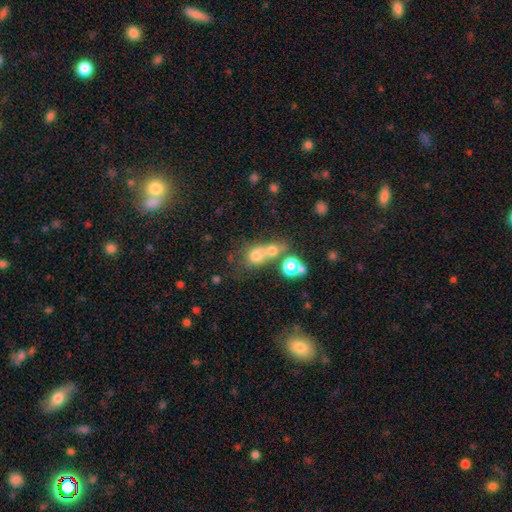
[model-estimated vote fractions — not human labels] Smooth or featured?
  - smooth: 62% *
  - featured or disk: 20%
  - star or artifact: 18%
How rounded?
  - round: 66% *
  - in between: 31%
  - cigar-shaped: 2%
Merging?
  - merger: 58% *
  - none: 28%
  - minor disturbance: 8%
  - major disturbance: 7%